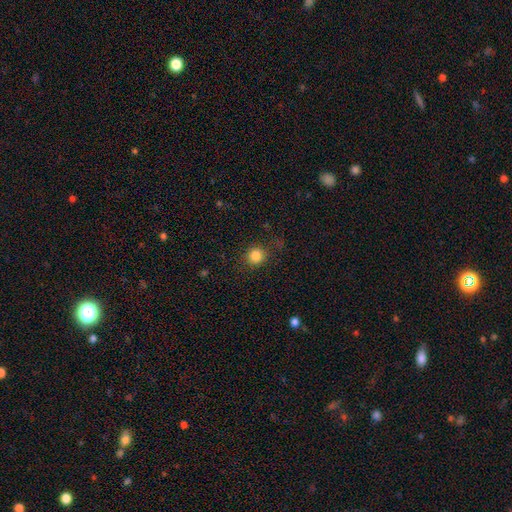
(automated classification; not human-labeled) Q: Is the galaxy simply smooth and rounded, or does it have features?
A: smooth — 83%.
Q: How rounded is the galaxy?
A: round — 90%.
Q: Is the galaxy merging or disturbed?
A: none — 86%.